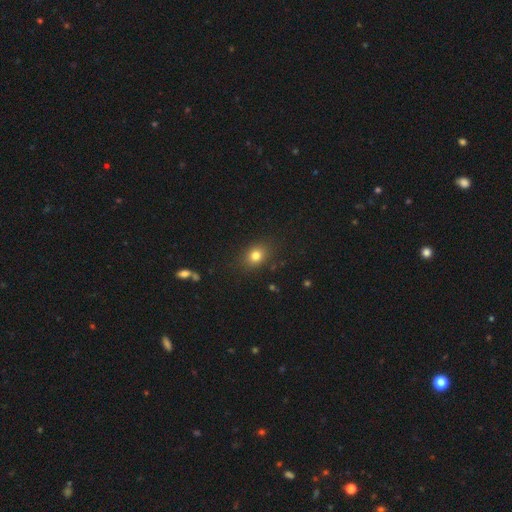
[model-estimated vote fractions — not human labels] A smooth galaxy with no disk features (79%) that is in between round and cigar-shaped (52%). Merging: none (85%).